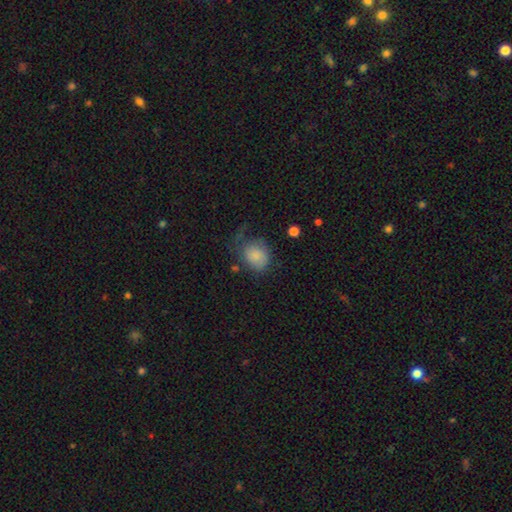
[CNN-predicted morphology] Smooth or featured? smooth (78%)
How rounded? round (64%)
Merging? none (44%)